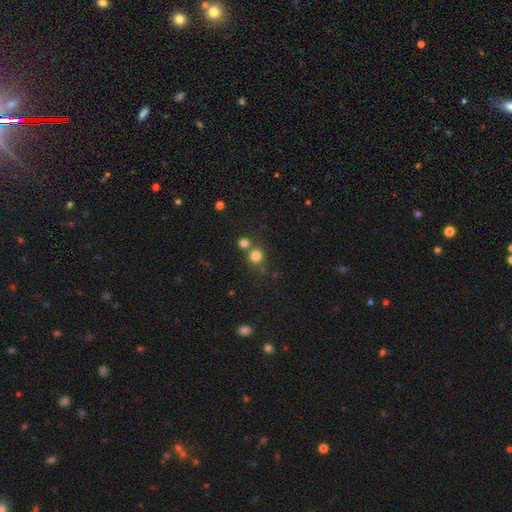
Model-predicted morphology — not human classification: smooth 78%, star or artifact 15%, featured or disk 7%. Down the decision tree: how rounded — round (89%); merging — none (64%).